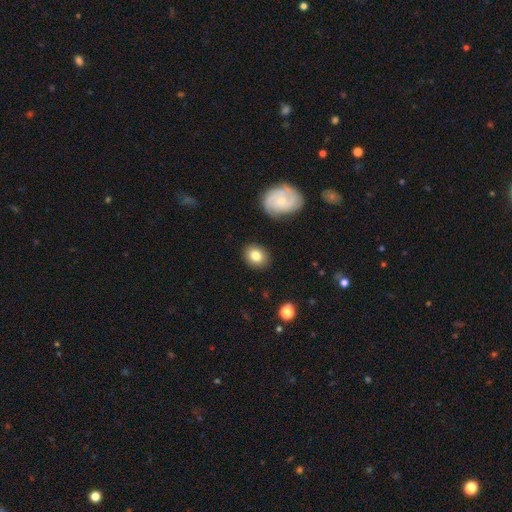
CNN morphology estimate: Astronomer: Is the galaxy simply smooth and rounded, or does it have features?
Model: smooth — 80%.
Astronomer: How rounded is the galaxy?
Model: round — 58% (runner-up: in between, 41%).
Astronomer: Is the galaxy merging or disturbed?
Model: none — 87%.